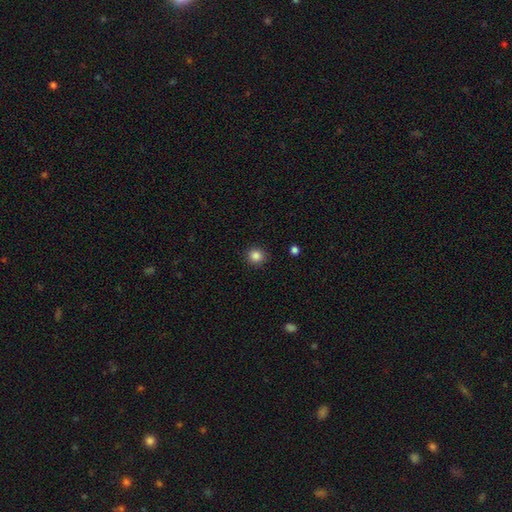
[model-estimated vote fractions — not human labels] Smooth or featured? Predicted: smooth (p=0.85). How rounded? Predicted: round (p=0.88). Merging? Predicted: none (p=0.90).